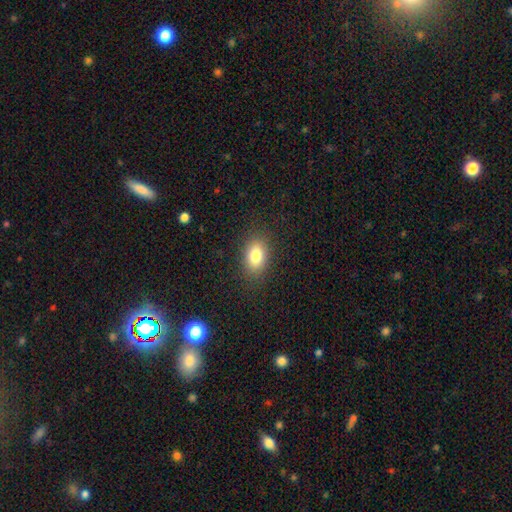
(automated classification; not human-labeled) Smooth or featured: smooth — 82% (star or artifact — 10%)
How rounded: in between — 82% (round — 16%)
Merging: none — 87% (minor disturbance — 9%)